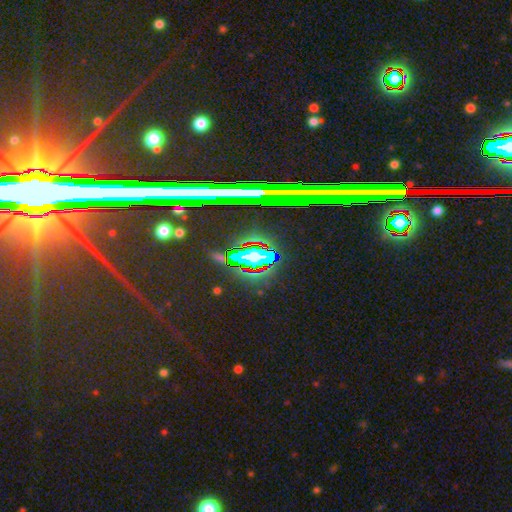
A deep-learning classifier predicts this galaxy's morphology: Smooth or featured?
  - star or artifact: 74% *
  - featured or disk: 14%
  - smooth: 13%